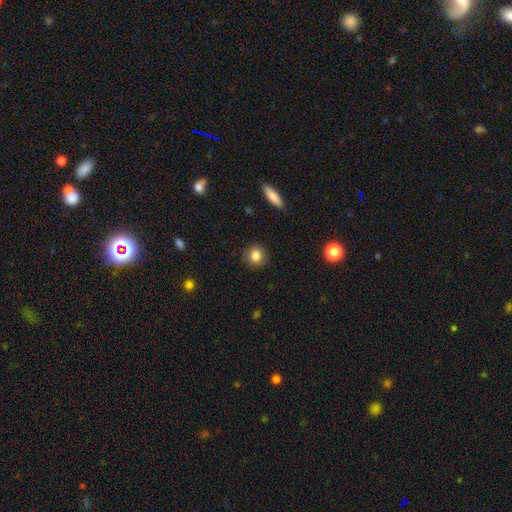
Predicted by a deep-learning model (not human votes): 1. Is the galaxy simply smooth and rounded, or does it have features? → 83% smooth, 10% star or artifact, 7% featured or disk.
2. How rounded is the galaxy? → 86% round, 12% in between, 1% cigar-shaped.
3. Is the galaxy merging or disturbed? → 89% none, 8% minor disturbance, 2% major disturbance, 1% merger.